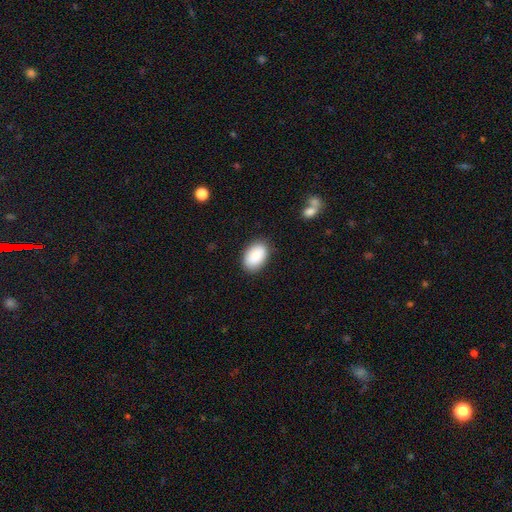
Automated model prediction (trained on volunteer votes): smooth-or-featured: smooth: 90% | star or artifact: 6% | featured or disk: 4%
  how-rounded: in between: 91% | round: 7% | cigar-shaped: 1%
  merging: none: 87% | minor disturbance: 10% | major disturbance: 2% | merger: 1%